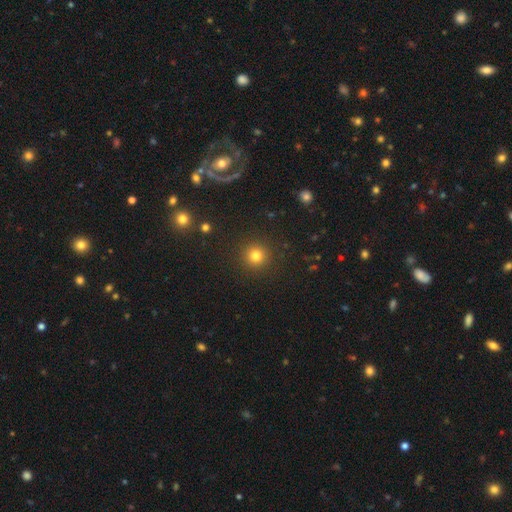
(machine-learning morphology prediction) This appears to be a smooth galaxy with no disk features (81%) that is round (95%). Merging: none (91%).